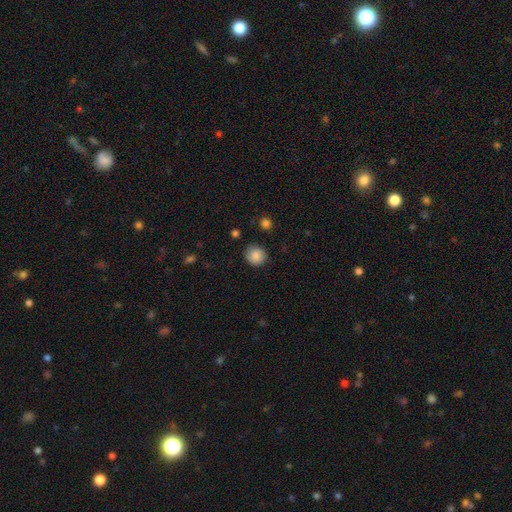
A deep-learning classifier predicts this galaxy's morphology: This is clearly a smooth galaxy (86%). How rounded: clearly round (87%). Merging: clearly none (85%).